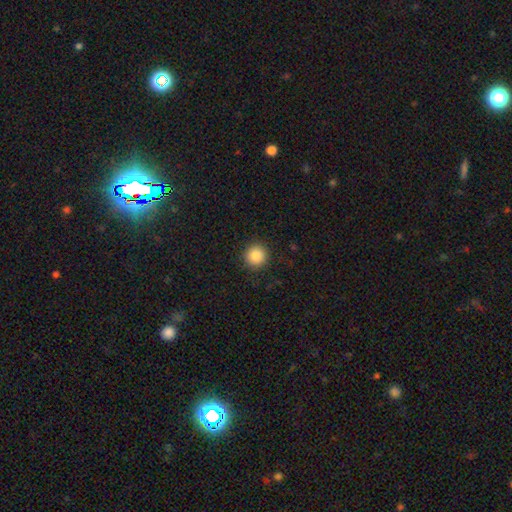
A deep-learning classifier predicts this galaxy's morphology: A smooth galaxy with no disk features (86%) that is round (95%).

Vote fractions:
- Smooth or featured? smooth: 86% / star or artifact: 9% / featured or disk: 4%
- How rounded? round: 95% / in between: 4% / cigar-shaped: 1%
- Merging? none: 92% / minor disturbance: 5% / major disturbance: 2% / merger: 1%